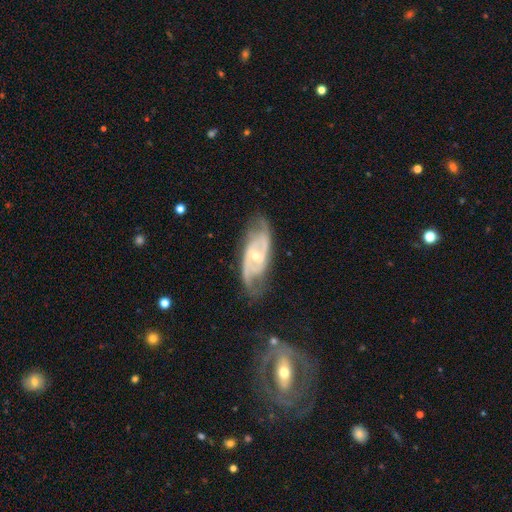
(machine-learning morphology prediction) A featured or disk galaxy (88%) with a weak bar (47%), 2 (75%) medium (49%) spiral arms (96%) and a small central bulge (65%).

Vote fractions:
- Smooth or featured? featured or disk: 88% / smooth: 7% / star or artifact: 5%
- Edge-on disk? no: 93% / yes: 7%
- Bar? weak: 47% / no: 29% / strong: 24%
- Spiral arms? yes: 96% / no: 4%
- Spiral winding? medium: 49% / tight: 32% / loose: 18%
- Spiral arm count? 2: 75% / can't tell: 10% / 3: 8% / 4: 2% / 1: 2% / more than 4: 2%
- Bulge size? small: 65% / moderate: 32% / none: 1% / large: 1% / dominant: 1%
- Merging? none: 72% / minor disturbance: 19% / major disturbance: 7% / merger: 2%